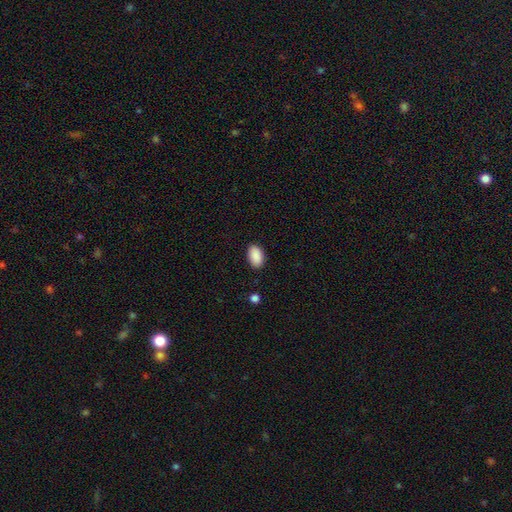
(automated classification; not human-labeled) Q: Smooth or featured?
A: smooth (91%); runner-up: star or artifact (7%)
Q: How rounded?
A: in between (93%); runner-up: round (5%)
Q: Merging?
A: none (88%); runner-up: minor disturbance (8%)